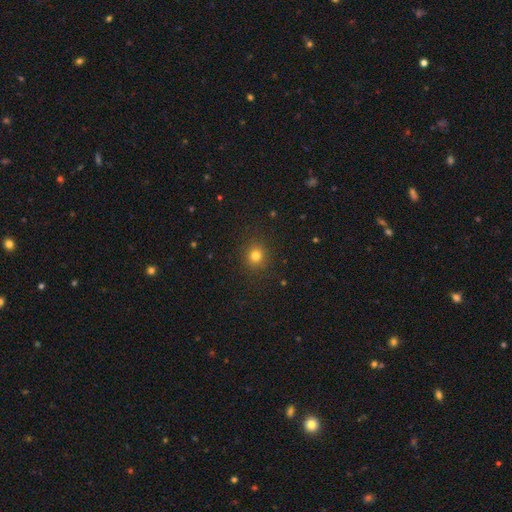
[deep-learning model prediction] Morphology: type=smooth (80%); roundness=round (87%); merging=none (90%).